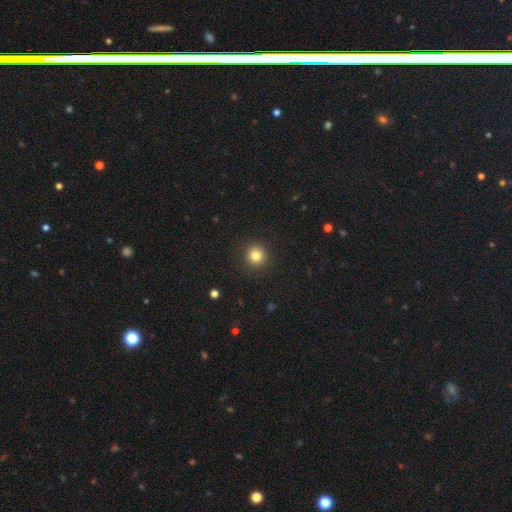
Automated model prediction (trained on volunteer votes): Smooth or featured?
  - smooth: 82% *
  - star or artifact: 12%
  - featured or disk: 6%
How rounded?
  - round: 93% *
  - in between: 6%
  - cigar-shaped: 1%
Merging?
  - none: 91% *
  - minor disturbance: 6%
  - major disturbance: 2%
  - merger: 1%